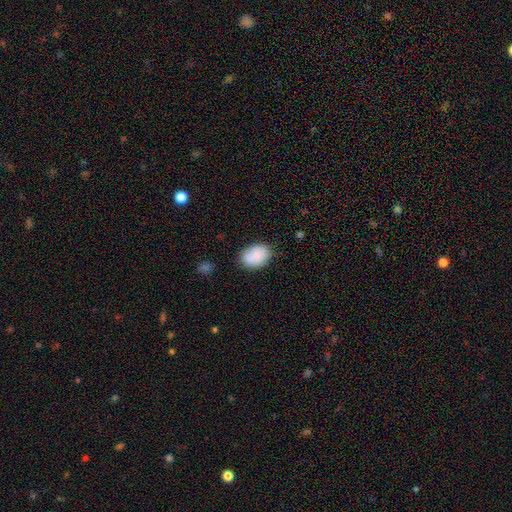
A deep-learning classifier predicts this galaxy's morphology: Smooth or featured? smooth (78%)
How rounded? in between (77%)
Merging? none (65%)